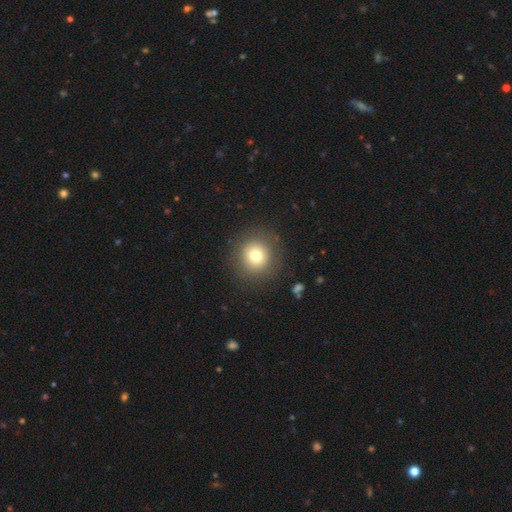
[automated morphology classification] The model was most divided on "smooth or featured": smooth: 76%, star or artifact: 12%, featured or disk: 12%. More confident: how rounded — round (94%); merging — none (88%).